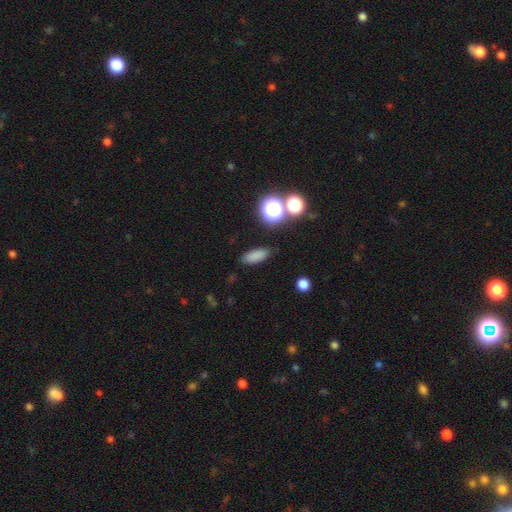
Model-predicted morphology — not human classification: A smooth galaxy with no disk features (80%) that is in between round and cigar-shaped (71%). Merging: none (85%).